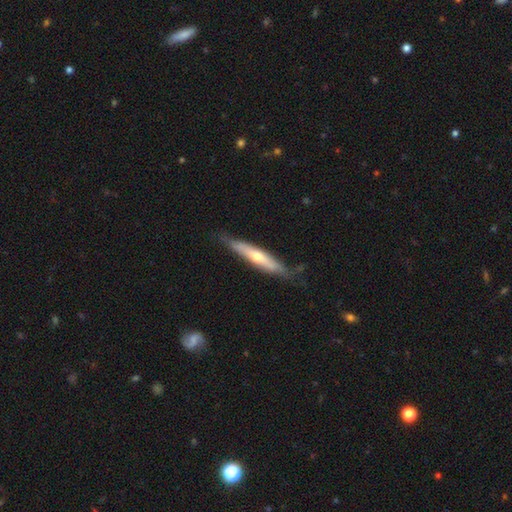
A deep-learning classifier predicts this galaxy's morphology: Smooth or featured: featured or disk — 62% (smooth — 32%)
Edge-on disk: yes — 85% (no — 15%)
Edge-on bulge: rounded — 79% (none — 18%)
Merging: none — 76% (minor disturbance — 18%)